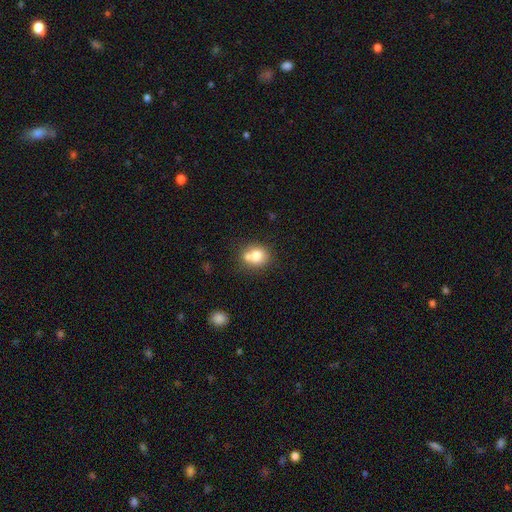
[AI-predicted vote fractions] Smooth or featured: smooth — 74% (featured or disk — 16%)
How rounded: round — 73% (in between — 26%)
Merging: none — 46% (merger — 41%)